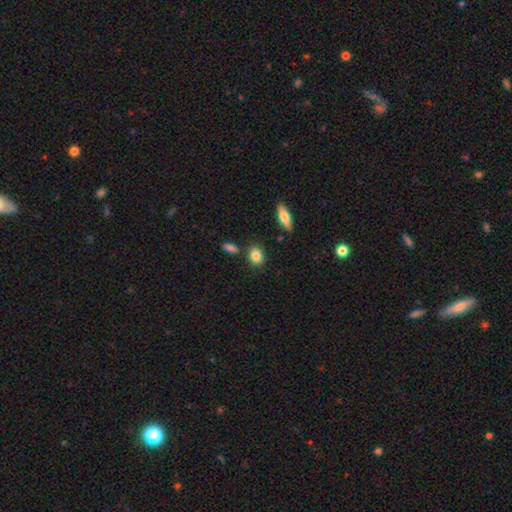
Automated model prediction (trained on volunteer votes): This is clearly a smooth galaxy (85%). How rounded: likely in between (62%). Merging: clearly none (82%).